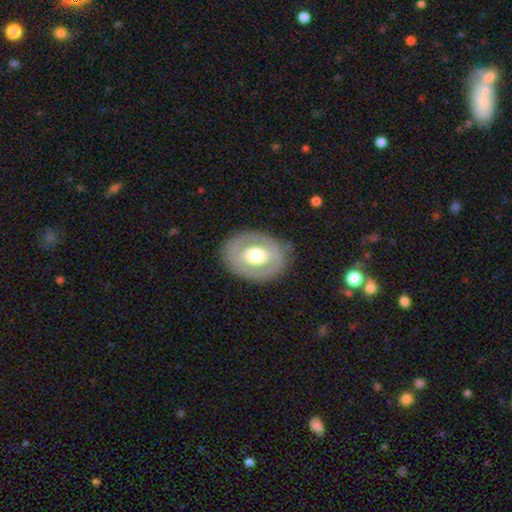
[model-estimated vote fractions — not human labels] The model was most divided on "smooth or featured": featured or disk: 51%, smooth: 43%, star or artifact: 6%. More confident: edge-on disk — no (93%); merging — none (82%).